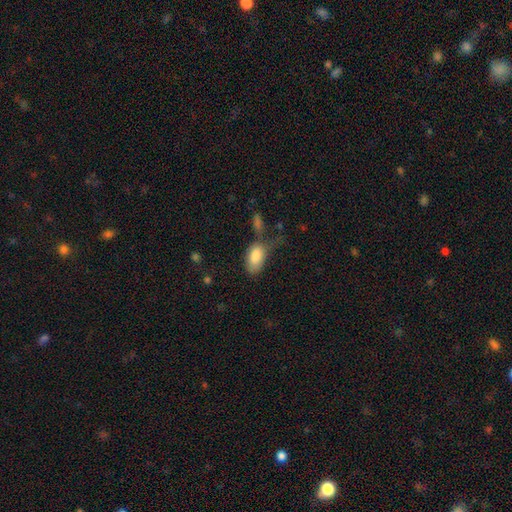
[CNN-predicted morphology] A smooth galaxy with no disk features (84%) that is in between round and cigar-shaped (93%). Merging: none (32%).